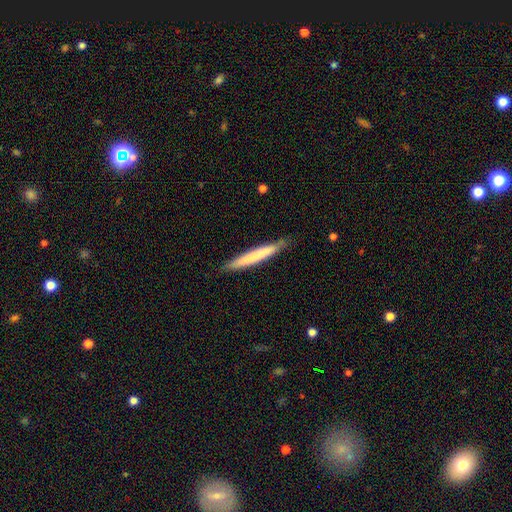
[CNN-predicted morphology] smooth_or_featured: smooth (p=0.68) [alt: featured or disk p=0.27]
how_rounded: cigar-shaped (p=0.96) [alt: in between p=0.03]
merging: none (p=0.85) [alt: minor disturbance p=0.12]